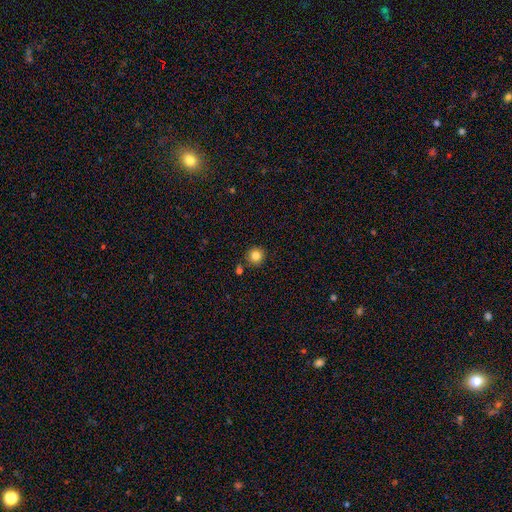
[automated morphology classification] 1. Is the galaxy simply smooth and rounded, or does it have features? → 83% smooth, 11% star or artifact, 6% featured or disk.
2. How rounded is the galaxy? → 94% round, 5% in between, 1% cigar-shaped.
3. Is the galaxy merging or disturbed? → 86% none, 7% minor disturbance, 5% merger, 2% major disturbance.